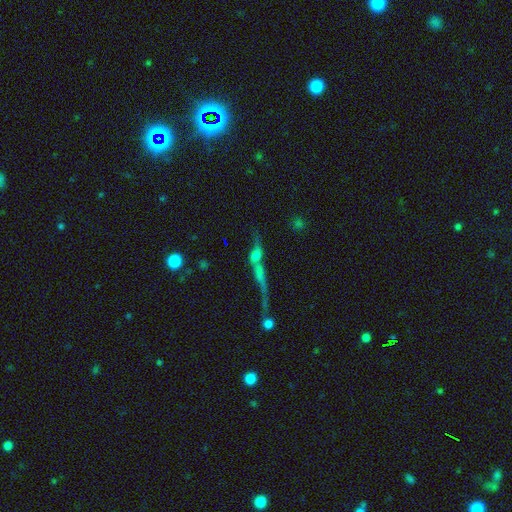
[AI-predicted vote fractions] A smooth galaxy with no disk features (42%). Merging: merger (58%).